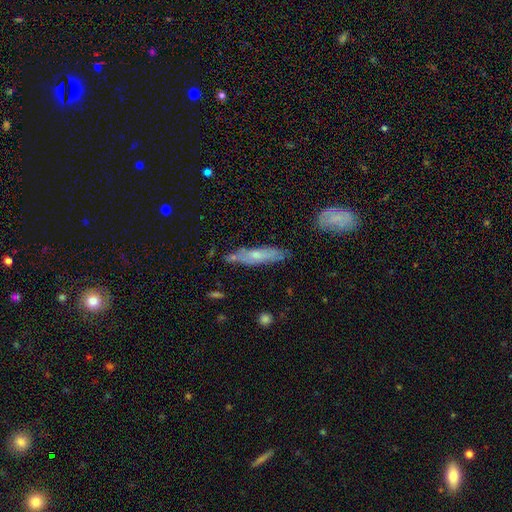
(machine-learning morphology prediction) Smooth or featured? featured or disk (46%)
Merging? none (72%)